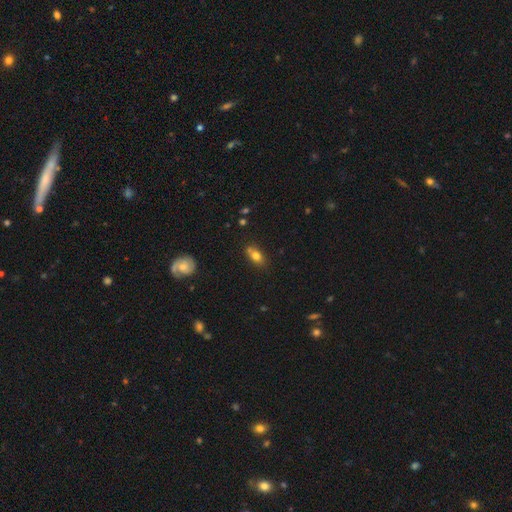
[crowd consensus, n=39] Morphology: type=smooth (79%); roundness=in between (81%); merging=none (60%).